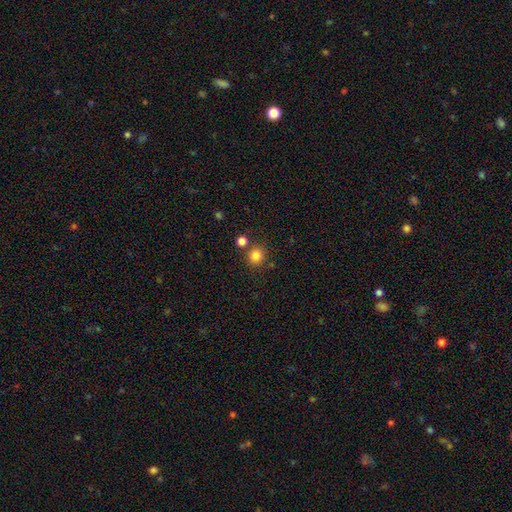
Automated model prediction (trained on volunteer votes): Overall: smooth (83%). How rounded: round (89%). Merging: none (78%).